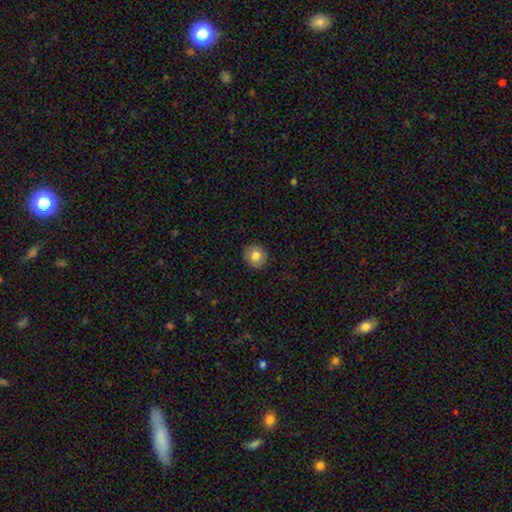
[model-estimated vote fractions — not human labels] Q: Smooth or featured?
A: smooth (80%); runner-up: featured or disk (11%)
Q: How rounded?
A: round (89%); runner-up: in between (11%)
Q: Merging?
A: none (90%); runner-up: minor disturbance (7%)